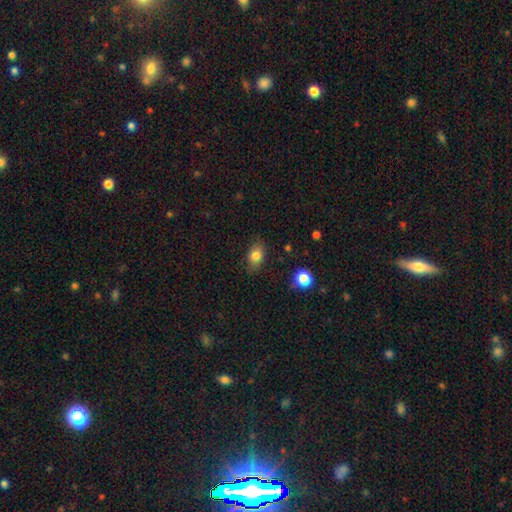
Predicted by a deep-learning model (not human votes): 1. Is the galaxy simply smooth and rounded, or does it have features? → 80% smooth, 10% featured or disk, 10% star or artifact.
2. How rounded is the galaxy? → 78% in between, 20% round, 2% cigar-shaped.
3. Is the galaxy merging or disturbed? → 79% none, 16% minor disturbance, 4% major disturbance, 1% merger.